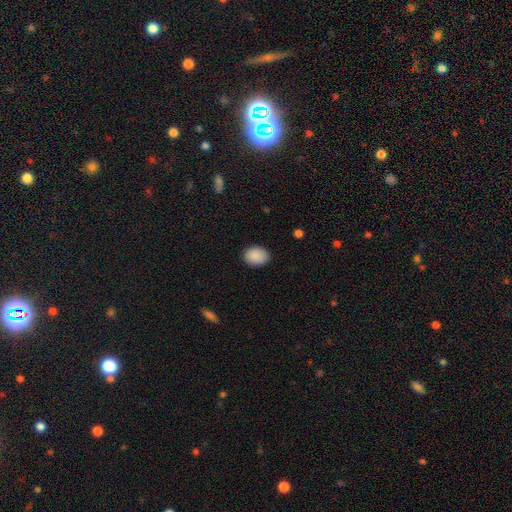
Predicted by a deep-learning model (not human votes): smooth_or_featured: smooth (p=0.90) [alt: star or artifact p=0.07]
how_rounded: in between (p=0.70) [alt: round p=0.29]
merging: none (p=0.87) [alt: minor disturbance p=0.10]